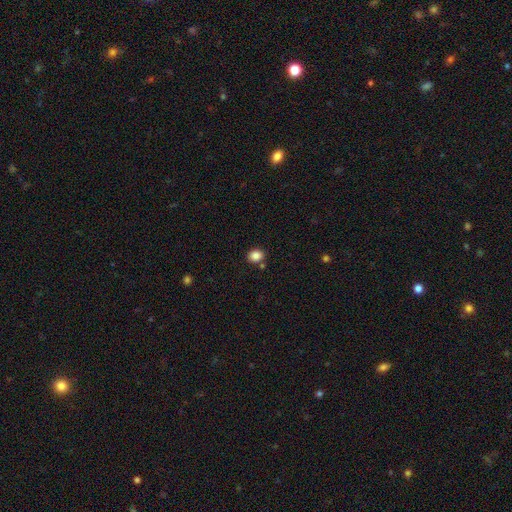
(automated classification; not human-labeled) smooth 86%, star or artifact 10%, featured or disk 4%. Down the decision tree: how rounded — round (56%); merging — none (81%).